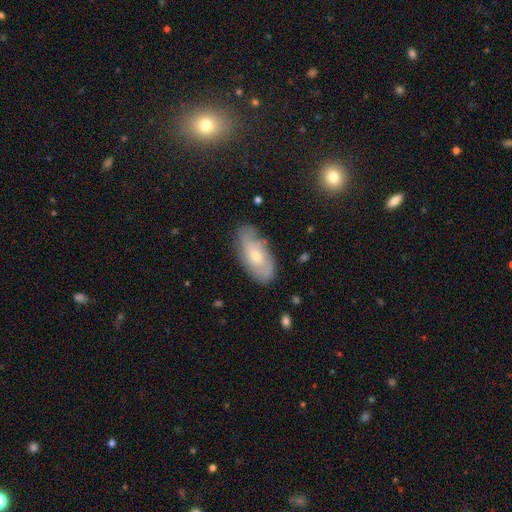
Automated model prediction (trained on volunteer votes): smooth_or_featured: featured or disk (p=0.60) [alt: smooth p=0.32]
disk_edge_on: no (p=0.89) [alt: yes p=0.11]
bar: no (p=0.74) [alt: weak p=0.23]
has_spiral_arms: yes (p=0.80) [alt: no p=0.20]
bulge_size: small (p=0.54) [alt: moderate p=0.42]
merging: none (p=0.73) [alt: minor disturbance p=0.20]